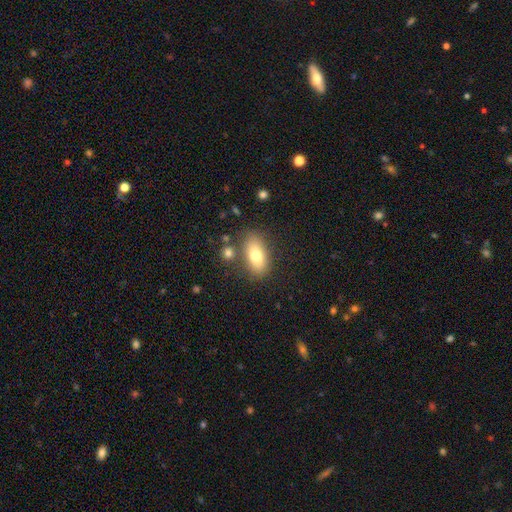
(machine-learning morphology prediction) smooth-or-featured: smooth: 75% | featured or disk: 17% | star or artifact: 8%
  how-rounded: in between: 87% | round: 6% | cigar-shaped: 6%
  merging: none: 76% | minor disturbance: 12% | merger: 7% | major disturbance: 4%